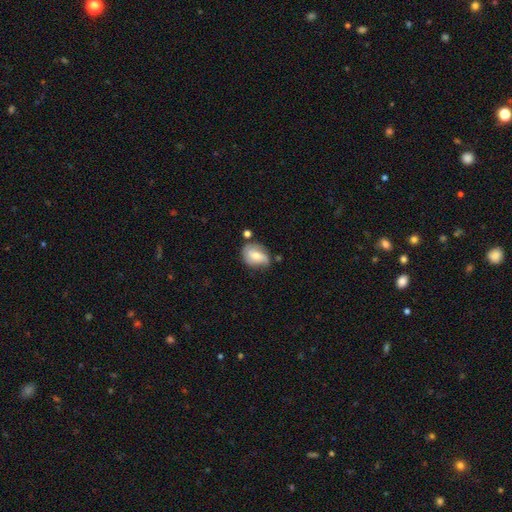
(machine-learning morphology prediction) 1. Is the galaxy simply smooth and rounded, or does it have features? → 50% smooth, 42% featured or disk, 8% star or artifact.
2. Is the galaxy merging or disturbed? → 49% none, 32% minor disturbance, 10% major disturbance, 8% merger.